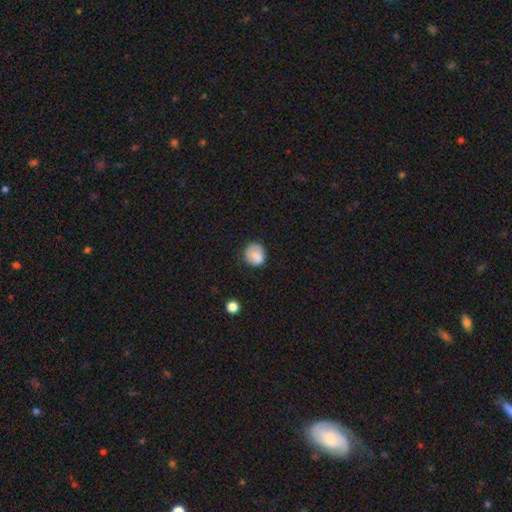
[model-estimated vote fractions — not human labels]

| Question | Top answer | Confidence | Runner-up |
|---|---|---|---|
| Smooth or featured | smooth | 80% | featured or disk (11%) |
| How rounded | round | 82% | in between (17%) |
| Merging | none | 72% | minor disturbance (20%) |